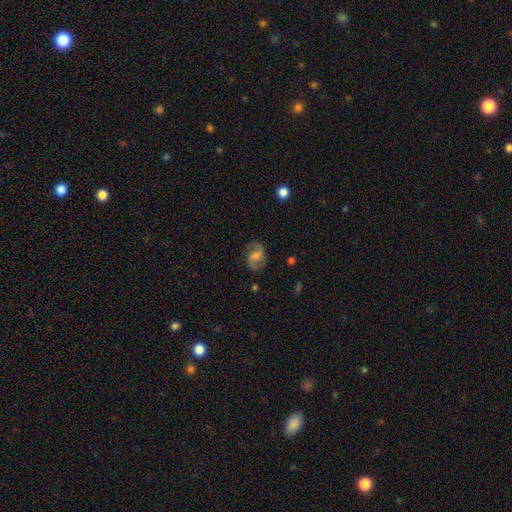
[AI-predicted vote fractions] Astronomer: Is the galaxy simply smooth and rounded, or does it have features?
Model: featured or disk — 66%.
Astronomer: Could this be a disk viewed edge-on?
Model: no — 97%.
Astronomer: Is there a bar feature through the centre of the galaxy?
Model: weak — 49% (runner-up: no, 33%).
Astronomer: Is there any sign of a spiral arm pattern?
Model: yes — 92%.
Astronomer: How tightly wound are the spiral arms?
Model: medium — 45% (runner-up: loose, 41%).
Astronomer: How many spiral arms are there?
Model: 2 — 88%.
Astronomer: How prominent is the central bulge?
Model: moderate — 34% (runner-up: small, 29%).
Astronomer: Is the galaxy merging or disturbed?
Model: none — 75%.